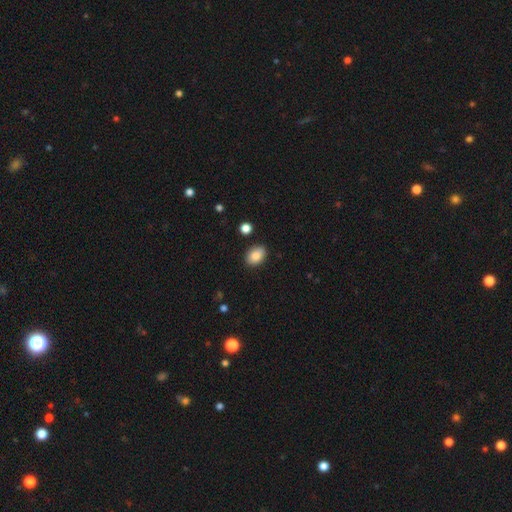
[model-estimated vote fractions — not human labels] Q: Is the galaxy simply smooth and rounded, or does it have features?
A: smooth — 85%.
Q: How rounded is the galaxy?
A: in between — 79%.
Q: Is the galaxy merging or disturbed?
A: none — 88%.